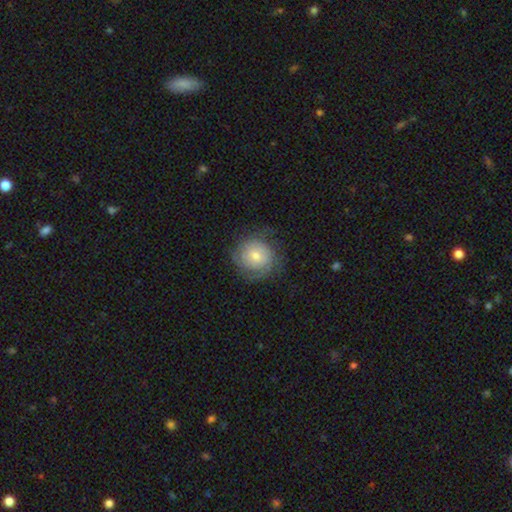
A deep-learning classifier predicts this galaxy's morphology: Smooth or featured? Predicted: featured or disk (p=0.48). Merging? Predicted: none (p=0.69).